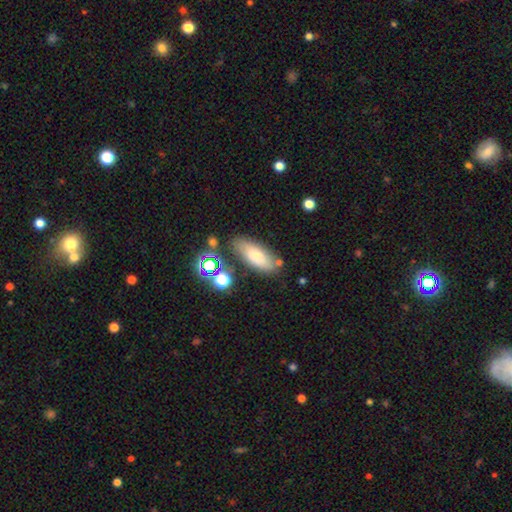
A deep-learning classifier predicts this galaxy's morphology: Q: Smooth or featured?
A: smooth (68%); runner-up: featured or disk (21%)
Q: How rounded?
A: in between (75%); runner-up: cigar-shaped (21%)
Q: Merging?
A: none (75%); runner-up: minor disturbance (15%)